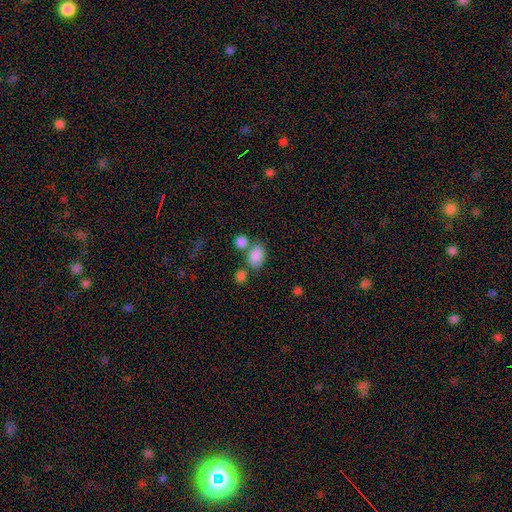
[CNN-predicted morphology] The model was most divided on "merging": none: 58%, merger: 23%, minor disturbance: 14%, major disturbance: 5%. More confident: smooth or featured — smooth (85%); how rounded — in between (76%).